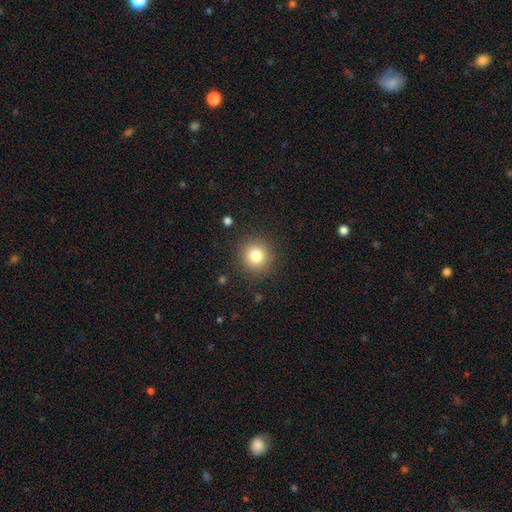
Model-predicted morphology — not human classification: type=smooth (81%); roundness=round (94%); merging=none (89%).